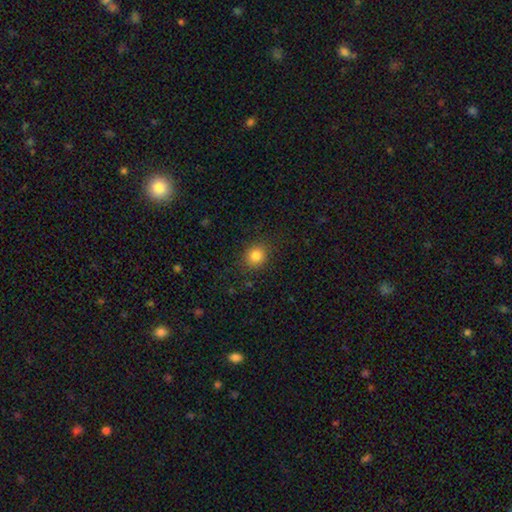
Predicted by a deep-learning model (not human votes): Morphology: type=smooth (84%); roundness=round (77%); merging=none (86%).